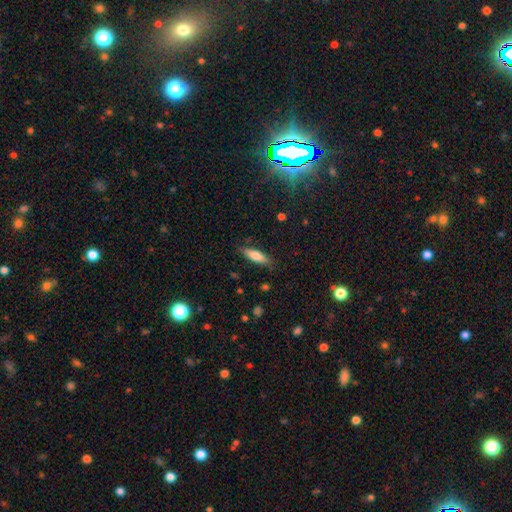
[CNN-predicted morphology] Smooth or featured: smooth — 75% (featured or disk — 18%)
How rounded: cigar-shaped — 53% (in between — 46%)
Merging: none — 81% (minor disturbance — 14%)